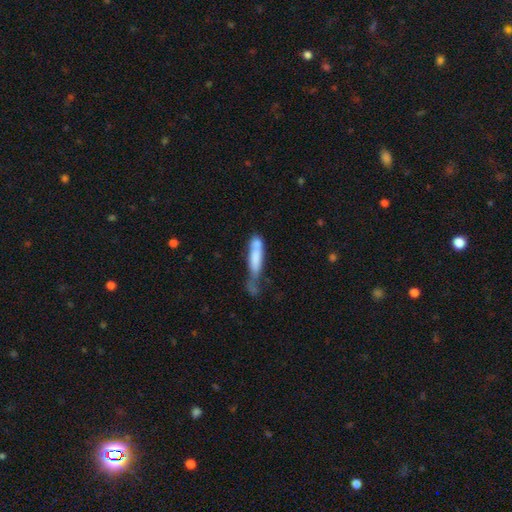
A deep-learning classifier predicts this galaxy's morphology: Q: Smooth or featured?
A: smooth (66%); runner-up: featured or disk (27%)
Q: How rounded?
A: cigar-shaped (79%); runner-up: in between (19%)
Q: Merging?
A: none (28%); tied with: minor disturbance (28%)